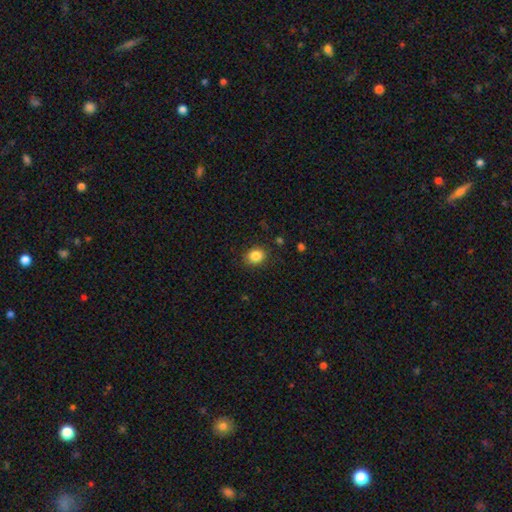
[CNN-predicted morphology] smooth 85%, star or artifact 10%, featured or disk 5%. Down the decision tree: how rounded — round (64%); merging — none (88%).